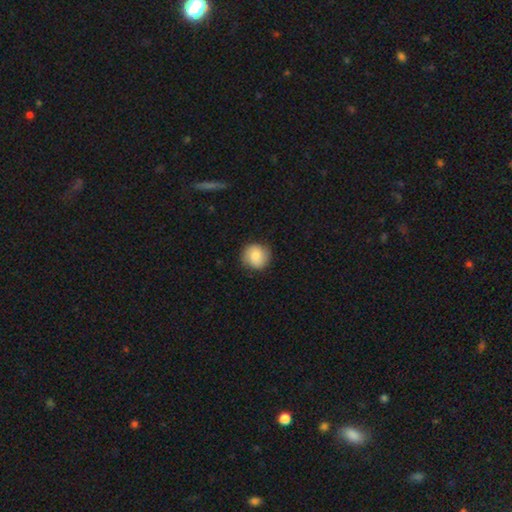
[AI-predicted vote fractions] This is clearly a smooth galaxy (80%). How rounded: clearly round (90%). Merging: clearly none (84%).